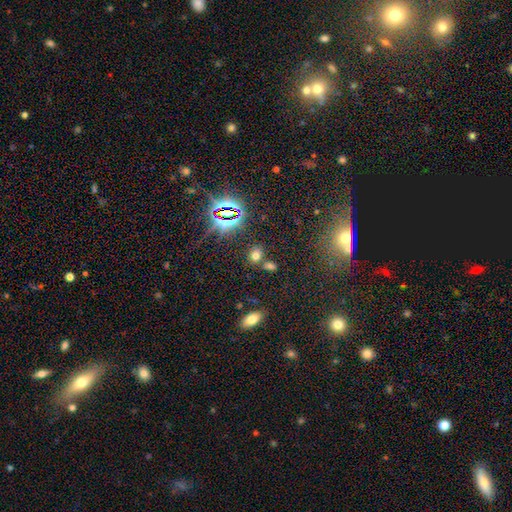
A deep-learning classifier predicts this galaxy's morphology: This is possibly a smooth galaxy (58%). How rounded: possibly in between (51%). Merging: likely none (68%).